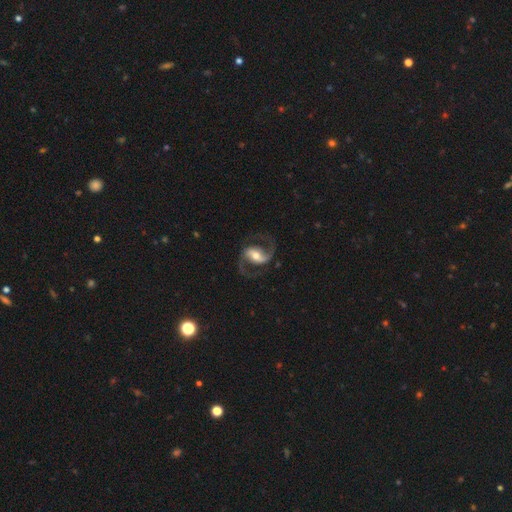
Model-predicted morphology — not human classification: Overall: featured or disk (91%). Edge-on disk: no (98%). Bar: strong (40%, tied with weak). Spiral arms: yes (97%). Spiral arm count: 2 (94%). Spiral winding: medium (56%; loose 35%). Bulge size: moderate (63%; small 24%). Merging: none (79%).